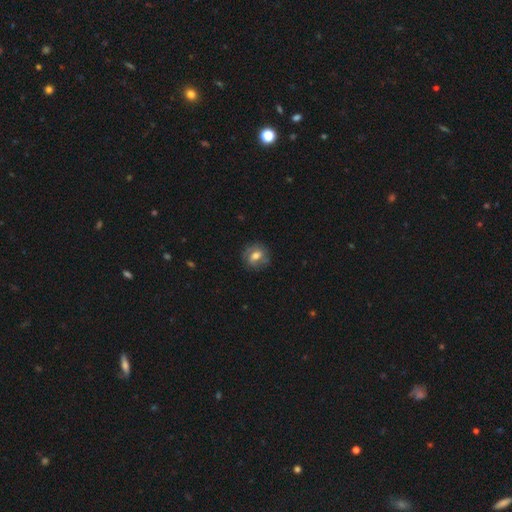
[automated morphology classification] Smooth or featured?
  - smooth: 53% *
  - featured or disk: 38%
  - star or artifact: 9%
How rounded?
  - round: 67% *
  - in between: 32%
  - cigar-shaped: 1%
Merging?
  - none: 76% *
  - minor disturbance: 17%
  - major disturbance: 6%
  - merger: 1%